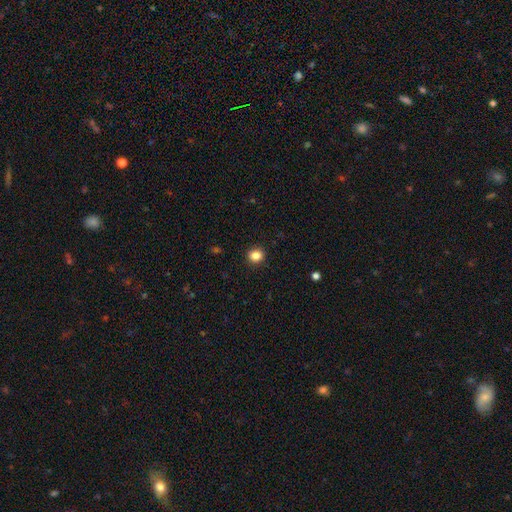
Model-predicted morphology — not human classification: Q: Smooth or featured?
A: smooth (86%); runner-up: star or artifact (11%)
Q: How rounded?
A: round (76%); runner-up: in between (24%)
Q: Merging?
A: none (91%); runner-up: minor disturbance (6%)